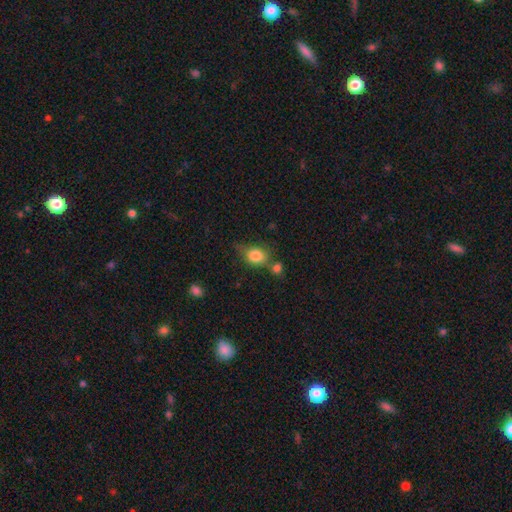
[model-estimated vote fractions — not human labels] Smooth or featured?
  - smooth: 79% *
  - featured or disk: 11%
  - star or artifact: 9%
How rounded?
  - in between: 49% *
  - round: 48%
  - cigar-shaped: 2%
Merging?
  - none: 45% *
  - minor disturbance: 24%
  - merger: 21%
  - major disturbance: 10%